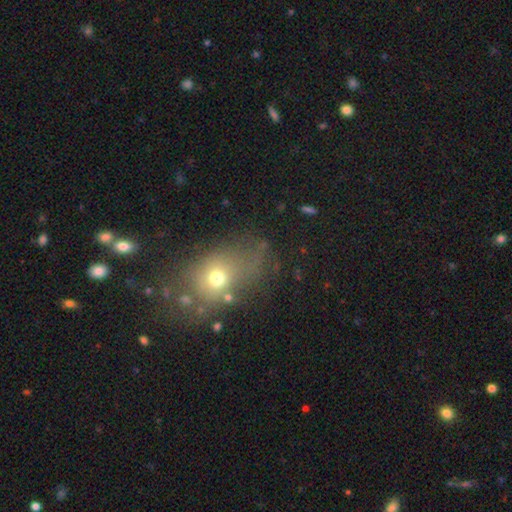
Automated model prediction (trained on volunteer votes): smooth 60%, star or artifact 21%, featured or disk 19%. Down the decision tree: how rounded — in between (59%); merging — none (54%).